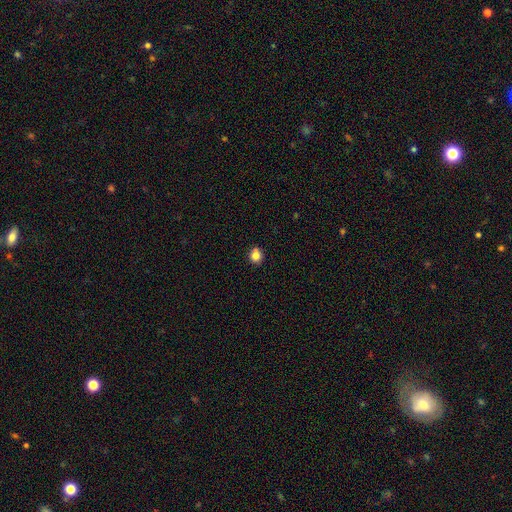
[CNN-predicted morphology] Q: Smooth or featured?
A: smooth (82%); runner-up: star or artifact (12%)
Q: How rounded?
A: round (80%); runner-up: in between (19%)
Q: Merging?
A: none (78%); runner-up: minor disturbance (15%)